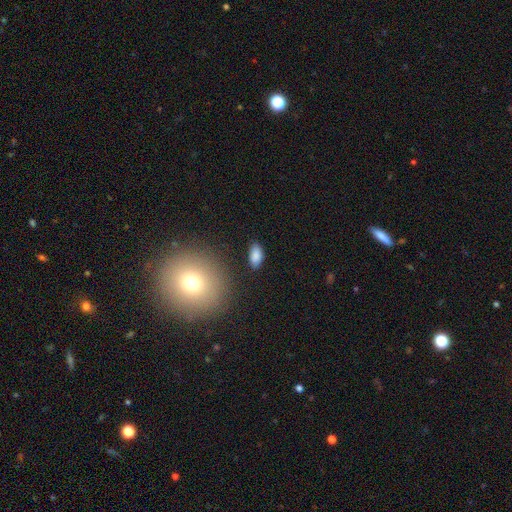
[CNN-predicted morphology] This is clearly a smooth galaxy (86%). How rounded: clearly in between (91%). Merging: clearly none (84%).